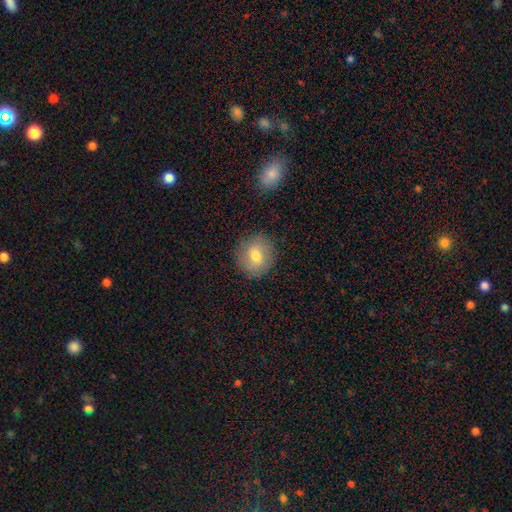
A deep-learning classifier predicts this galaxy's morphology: Smooth or featured? smooth (69%)
How rounded? round (88%)
Merging? none (87%)